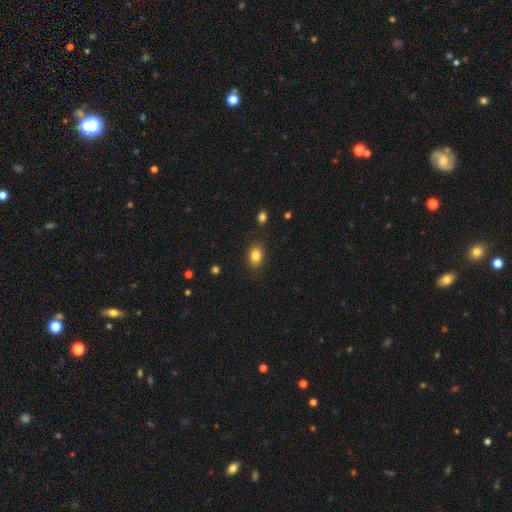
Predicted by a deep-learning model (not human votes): This is clearly a smooth galaxy (84%). How rounded: likely in between (78%). Merging: clearly none (86%).